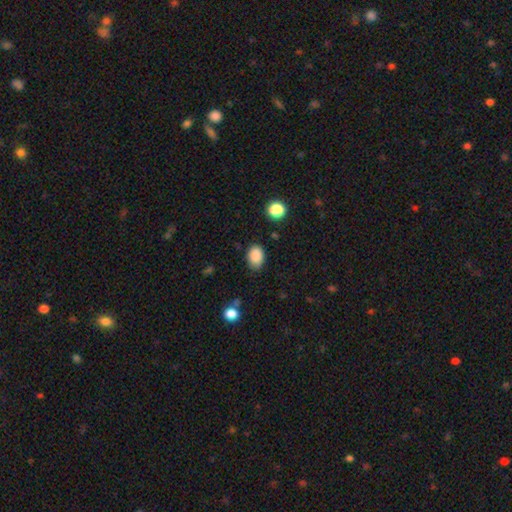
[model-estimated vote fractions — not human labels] smooth_or_featured: smooth (p=0.88) [alt: star or artifact p=0.09]
how_rounded: in between (p=0.76) [alt: round p=0.23]
merging: none (p=0.79) [alt: minor disturbance p=0.16]